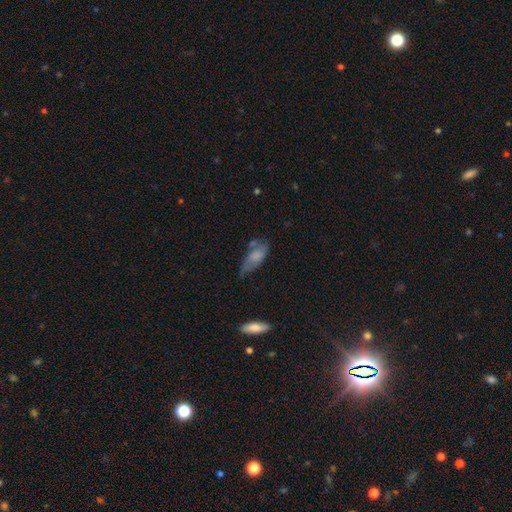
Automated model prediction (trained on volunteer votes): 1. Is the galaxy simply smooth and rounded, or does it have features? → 65% smooth, 27% featured or disk, 8% star or artifact.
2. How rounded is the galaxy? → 81% in between, 16% cigar-shaped, 3% round.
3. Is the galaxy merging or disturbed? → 37% minor disturbance, 36% none, 18% major disturbance, 9% merger.